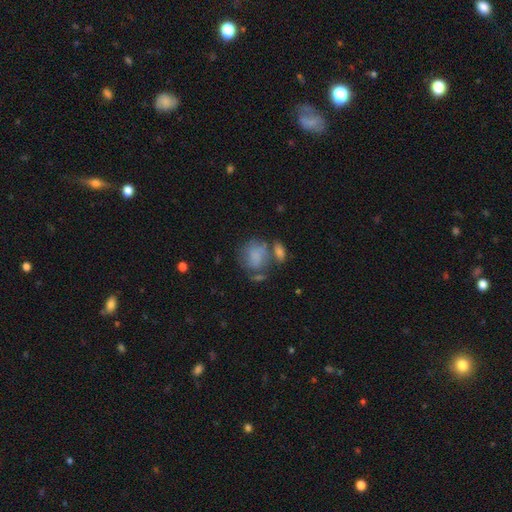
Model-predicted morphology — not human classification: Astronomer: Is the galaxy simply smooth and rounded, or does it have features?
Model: smooth — 69%.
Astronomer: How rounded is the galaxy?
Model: round — 56% (runner-up: in between, 42%).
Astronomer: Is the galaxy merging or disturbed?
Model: none — 38% (runner-up: merger, 22%).